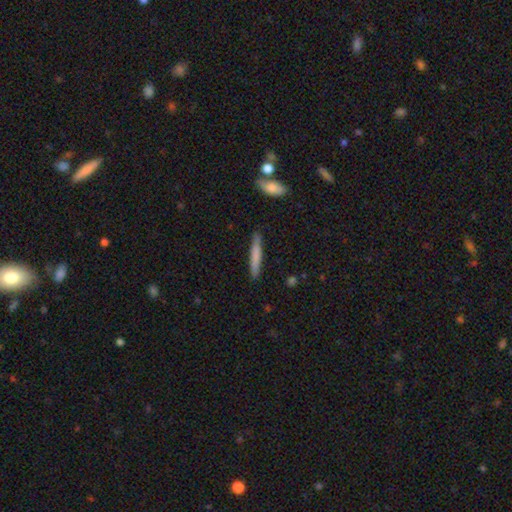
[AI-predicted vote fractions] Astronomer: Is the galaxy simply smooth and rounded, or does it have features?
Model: smooth — 71%.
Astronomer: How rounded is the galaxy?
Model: cigar-shaped — 95%.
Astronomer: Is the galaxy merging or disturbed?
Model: none — 88%.